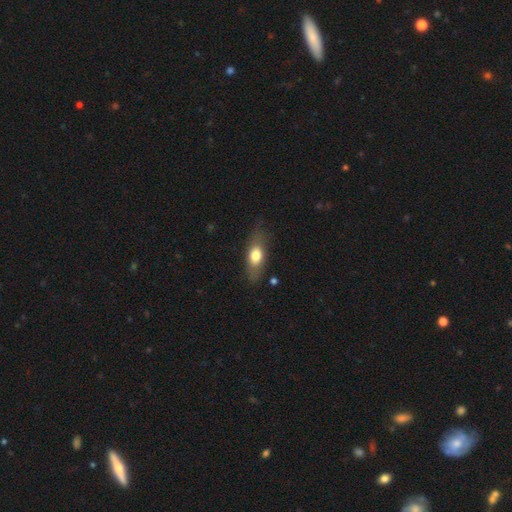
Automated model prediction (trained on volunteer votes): smooth-or-featured: smooth: 68% | featured or disk: 25% | star or artifact: 7%
  how-rounded: in between: 73% | cigar-shaped: 21% | round: 6%
  merging: none: 75% | minor disturbance: 18% | major disturbance: 6% | merger: 2%